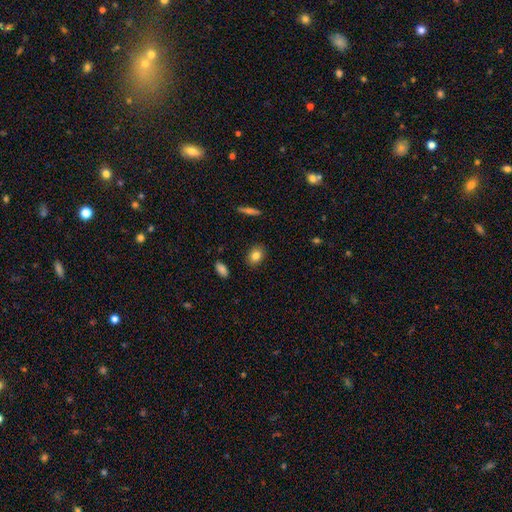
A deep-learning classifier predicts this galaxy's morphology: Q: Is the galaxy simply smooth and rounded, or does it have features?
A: smooth — 82%.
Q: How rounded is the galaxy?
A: in between — 71%.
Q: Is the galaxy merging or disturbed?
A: none — 88%.